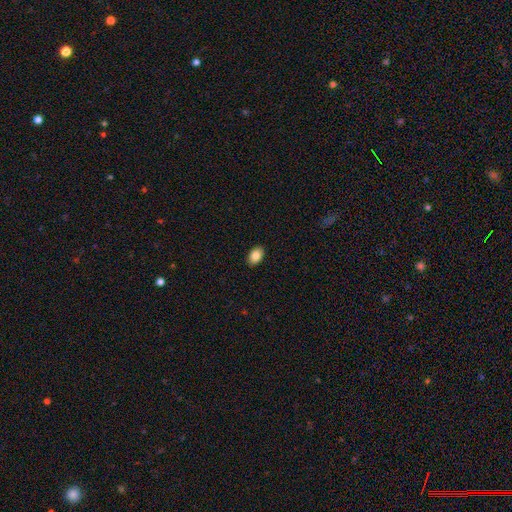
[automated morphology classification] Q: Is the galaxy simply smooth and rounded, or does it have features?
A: smooth — 86%.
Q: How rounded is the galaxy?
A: in between — 88%.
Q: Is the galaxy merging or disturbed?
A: none — 90%.